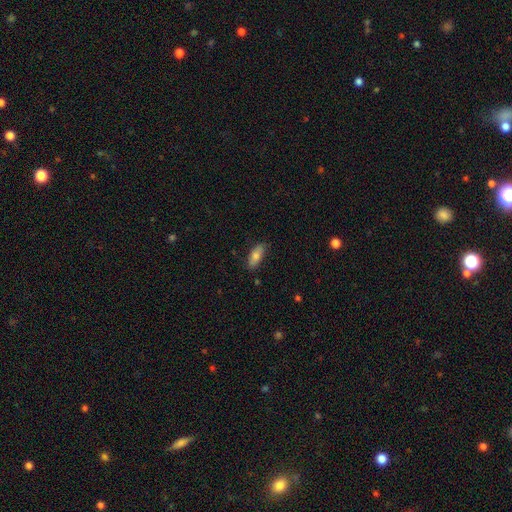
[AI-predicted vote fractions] Morphology: type=smooth (75%); roundness=in between (74%); merging=none (83%).